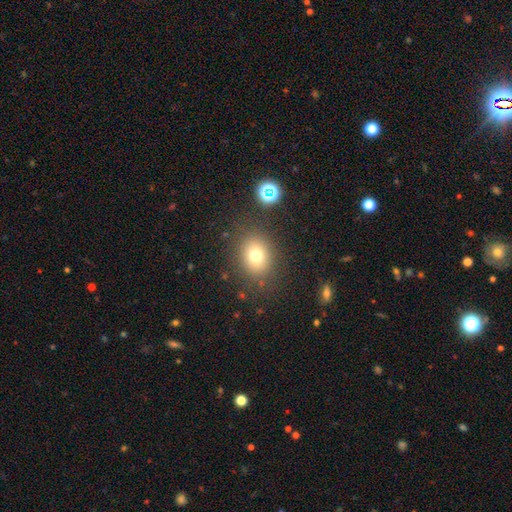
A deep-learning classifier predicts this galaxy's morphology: This appears to be a smooth galaxy with no disk features (74%) that is round (58%). Merging: none (82%).